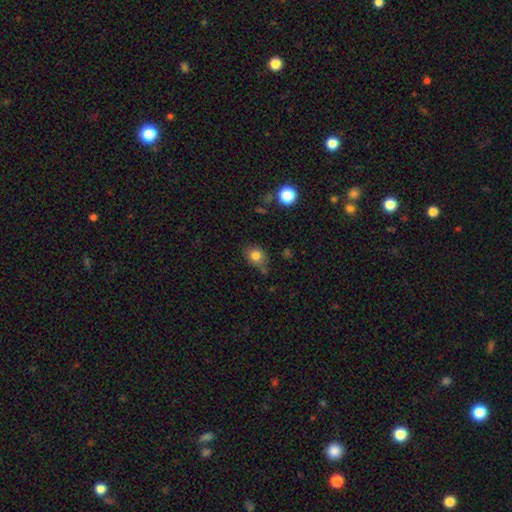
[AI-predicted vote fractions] Smooth or featured? smooth (80%)
How rounded? round (54%)
Merging? none (63%)